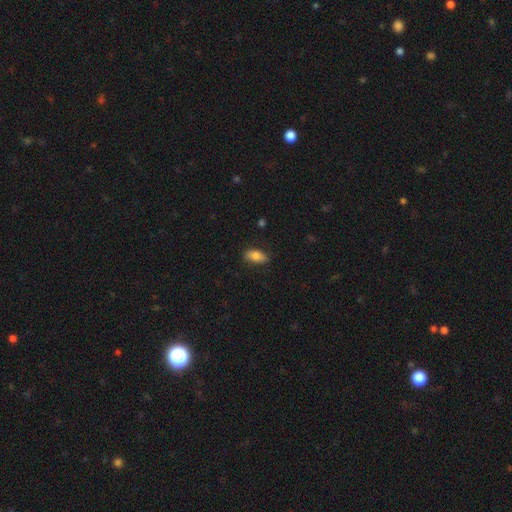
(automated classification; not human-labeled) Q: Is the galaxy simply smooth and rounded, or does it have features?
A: smooth — 80%.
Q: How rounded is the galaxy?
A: in between — 87%.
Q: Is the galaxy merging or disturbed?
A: none — 81%.